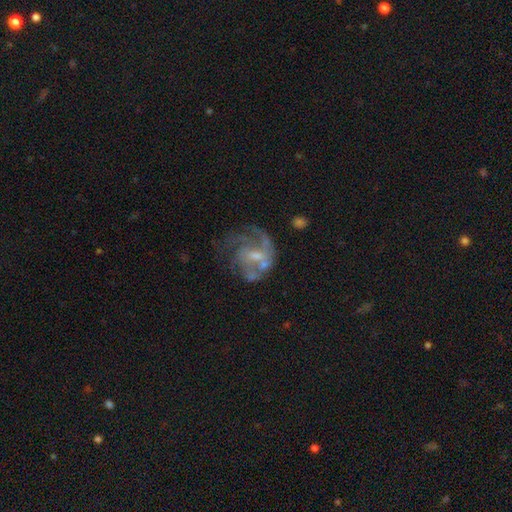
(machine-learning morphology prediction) This appears to be a featured or disk galaxy (76%) with a weak bar (46%), medium (44%) spiral arms (76%) and a small central bulge (44%). Merging: none (38%).